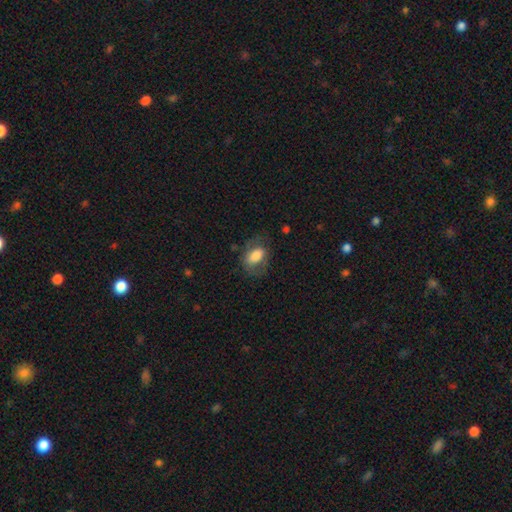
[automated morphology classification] Q: Smooth or featured?
A: smooth (69%); runner-up: featured or disk (23%)
Q: How rounded?
A: in between (86%); runner-up: round (12%)
Q: Merging?
A: none (64%); runner-up: minor disturbance (21%)